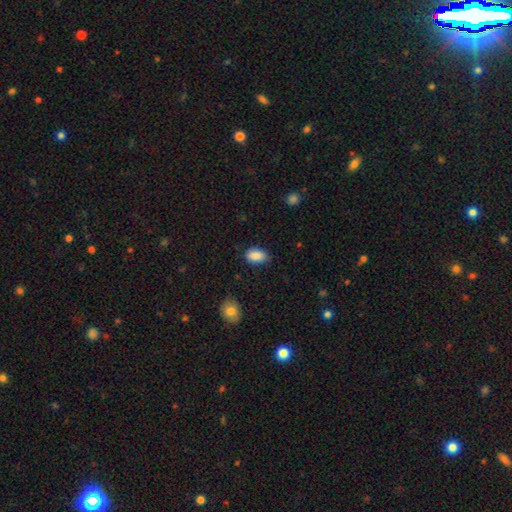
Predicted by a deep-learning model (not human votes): The model was most divided on "merging": none: 72%, minor disturbance: 23%, major disturbance: 3%, merger: 1%. More confident: how rounded — in between (91%); smooth or featured — smooth (88%).